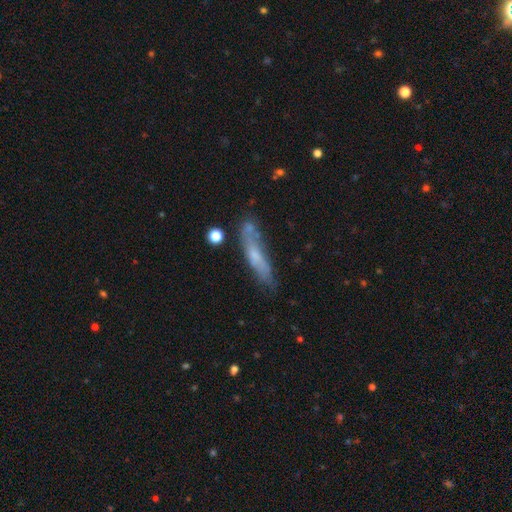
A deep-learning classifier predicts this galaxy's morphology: This appears to be a smooth galaxy with no disk features (52%) that is cigar-shaped (80%). Merging: none (58%).